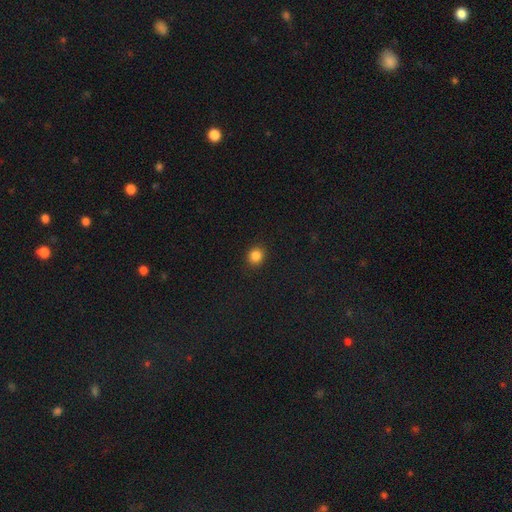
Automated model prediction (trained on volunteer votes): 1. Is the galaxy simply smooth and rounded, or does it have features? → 85% smooth, 11% star or artifact, 4% featured or disk.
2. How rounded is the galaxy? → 85% round, 14% in between, 1% cigar-shaped.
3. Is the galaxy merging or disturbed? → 91% none, 6% minor disturbance, 2% major disturbance, 1% merger.